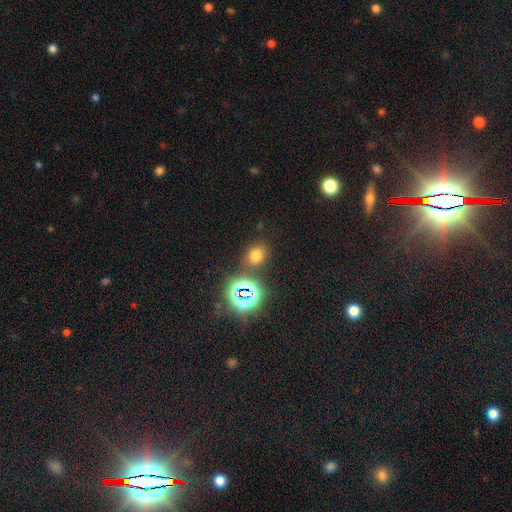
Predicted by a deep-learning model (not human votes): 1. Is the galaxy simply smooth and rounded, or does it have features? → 66% smooth, 27% star or artifact, 7% featured or disk.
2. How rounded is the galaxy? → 60% round, 39% in between, 1% cigar-shaped.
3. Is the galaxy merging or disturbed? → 78% none, 10% minor disturbance, 8% merger, 4% major disturbance.